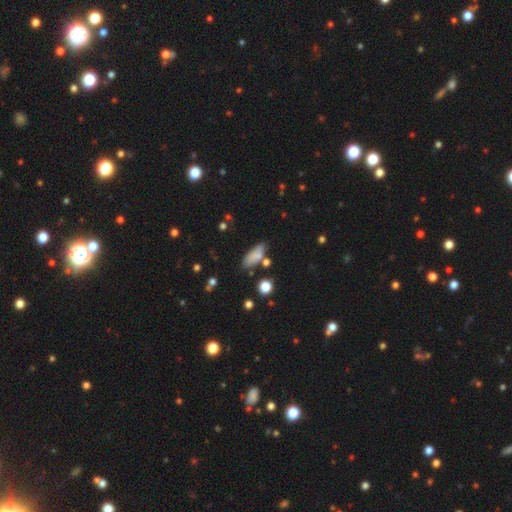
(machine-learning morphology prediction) Smooth or featured? smooth (77%)
How rounded? in between (75%)
Merging? none (66%)